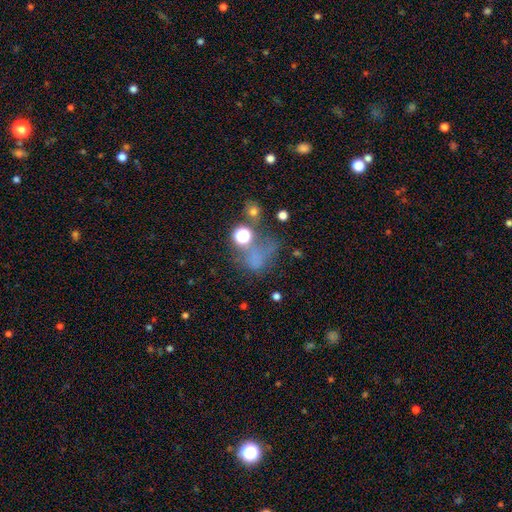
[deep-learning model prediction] Smooth or featured?
  - smooth: 50% *
  - star or artifact: 32%
  - featured or disk: 18%
How rounded?
  - round: 54% *
  - in between: 44%
  - cigar-shaped: 2%
Merging?
  - none: 36% *
  - major disturbance: 30%
  - minor disturbance: 18%
  - merger: 16%